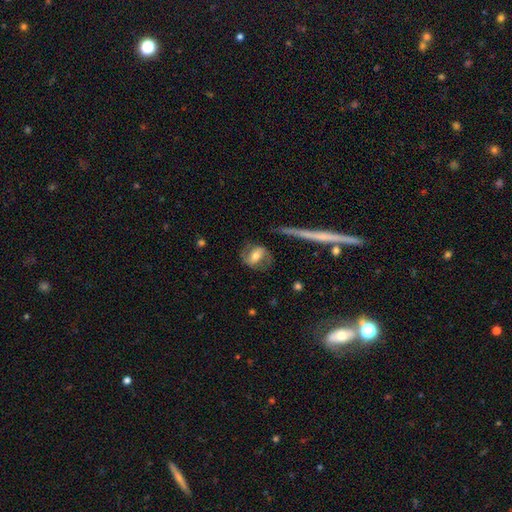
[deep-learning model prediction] Smooth or featured?
  - featured or disk: 65% *
  - smooth: 28%
  - star or artifact: 7%
Edge-on disk?
  - no: 92% *
  - yes: 8%
Bar?
  - strong: 39% *
  - weak: 35%
  - no: 25%
Spiral arms?
  - yes: 84% *
  - no: 16%
Spiral winding?
  - medium: 43% *
  - loose: 38%
  - tight: 20%
Spiral arm count?
  - 2: 87% *
  - can't tell: 7%
  - 1: 3%
  - 3: 1%
  - 4: 1%
  - more than 4: 1%
Bulge size?
  - moderate: 66% *
  - small: 22%
  - large: 8%
  - none: 2%
  - dominant: 1%
Merging?
  - none: 71% *
  - minor disturbance: 16%
  - major disturbance: 10%
  - merger: 3%